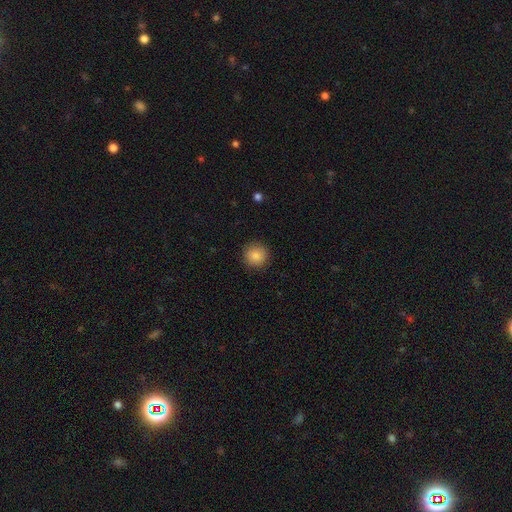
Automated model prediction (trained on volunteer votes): Morphology: type=smooth (88%); roundness=round (94%); merging=none (90%).